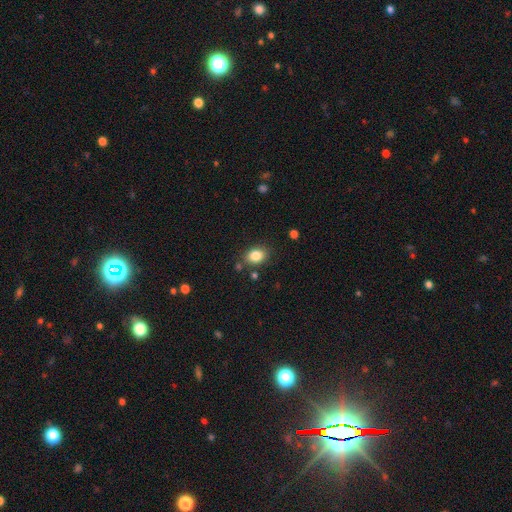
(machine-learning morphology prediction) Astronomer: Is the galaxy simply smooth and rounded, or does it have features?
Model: smooth — 84%.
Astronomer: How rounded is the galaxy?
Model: in between — 67%.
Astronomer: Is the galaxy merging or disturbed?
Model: none — 79%.